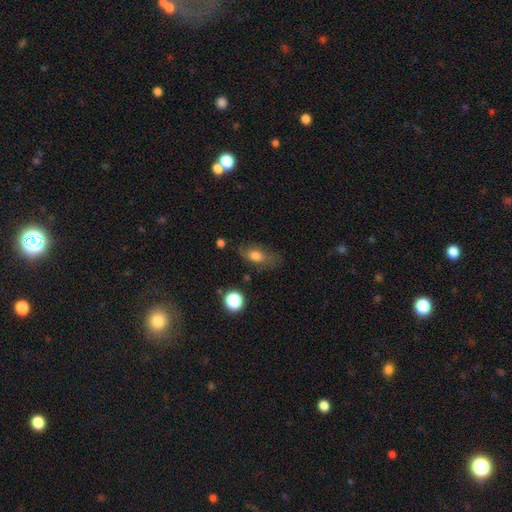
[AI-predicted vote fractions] Smooth or featured? Predicted: smooth (p=0.70). How rounded? Predicted: in between (p=0.78). Merging? Predicted: none (p=0.65).